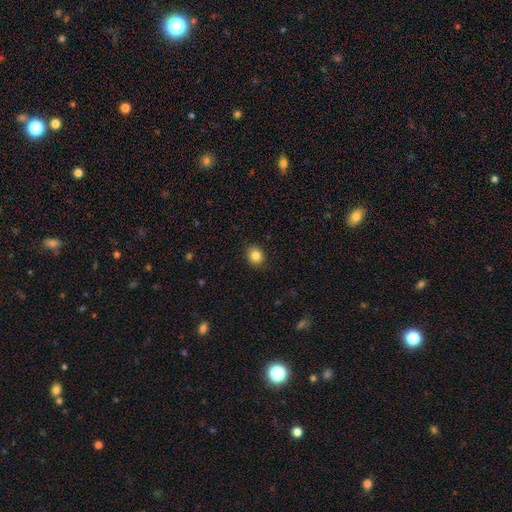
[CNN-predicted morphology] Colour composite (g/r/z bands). It shows a smooth galaxy with no disk features (84%) that is round (70%). Merging: none (89%).